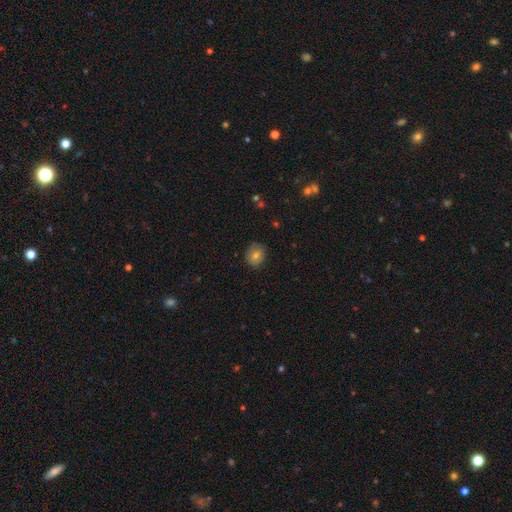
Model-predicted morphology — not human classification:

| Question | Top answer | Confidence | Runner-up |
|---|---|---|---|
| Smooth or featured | smooth | 73% | featured or disk (16%) |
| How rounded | round | 67% | in between (32%) |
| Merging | none | 84% | minor disturbance (12%) |